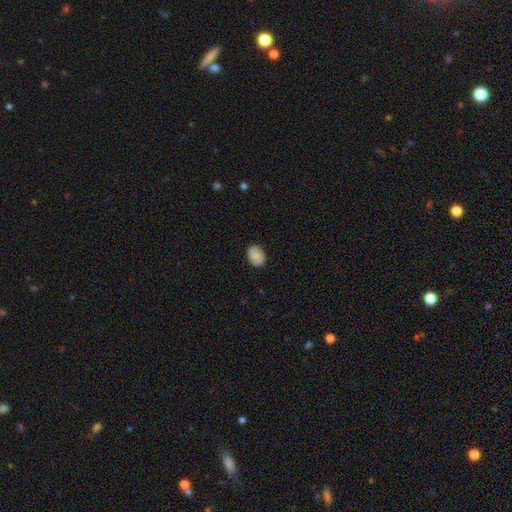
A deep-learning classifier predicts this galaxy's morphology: Smooth or featured? Predicted: smooth (p=0.65). How rounded? Predicted: in between (p=0.72). Merging? Predicted: none (p=0.84).